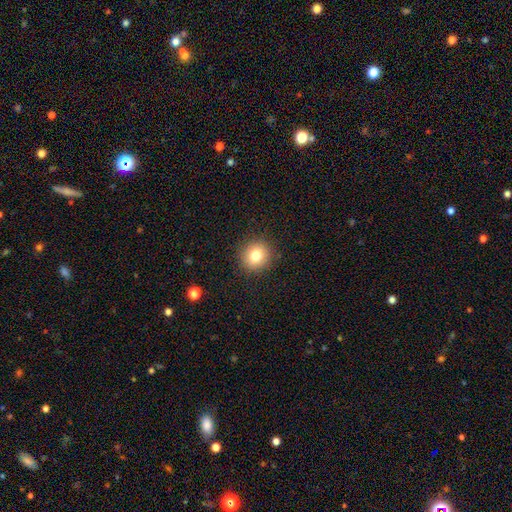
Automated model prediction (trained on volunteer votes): Smooth or featured: smooth — 80% (star or artifact — 11%)
How rounded: round — 90% (in between — 9%)
Merging: none — 91% (minor disturbance — 6%)